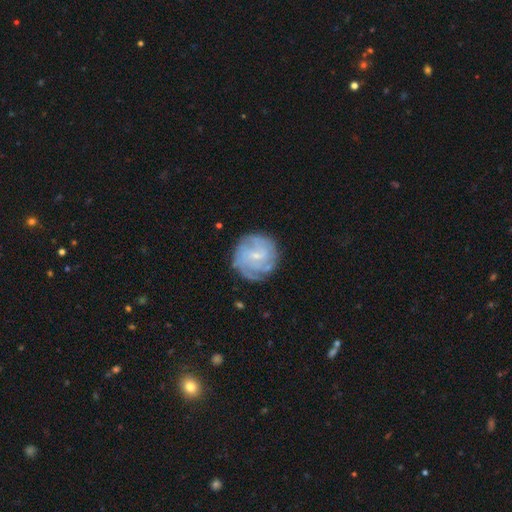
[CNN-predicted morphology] A featured or disk galaxy (72%) with a weak bar (47%), tight (64%) spiral arms (89%) and a small central bulge (77%).

Vote fractions:
- Smooth or featured? featured or disk: 72% / smooth: 21% / star or artifact: 7%
- Edge-on disk? no: 98% / yes: 2%
- Bar? weak: 47% / no: 44% / strong: 9%
- Spiral arms? yes: 89% / no: 11%
- Spiral winding? tight: 64% / medium: 27% / loose: 9%
- Spiral arm count? can't tell: 41% / 4: 18% / 3: 16% / 2: 13% / more than 4: 7% / 1: 6%
- Bulge size? small: 77% / moderate: 15% / none: 6% / large: 1% / dominant: 1%
- Merging? none: 77% / minor disturbance: 15% / major disturbance: 6% / merger: 2%